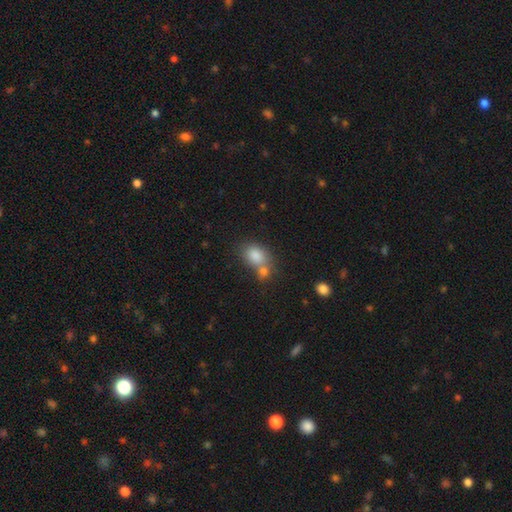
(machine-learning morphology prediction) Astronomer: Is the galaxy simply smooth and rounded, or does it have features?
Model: smooth — 81%.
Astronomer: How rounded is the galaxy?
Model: in between — 65%.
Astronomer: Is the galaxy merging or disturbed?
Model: none — 45% (runner-up: merger, 39%).